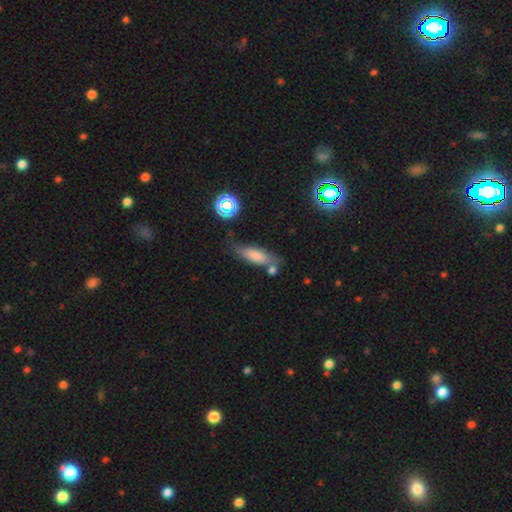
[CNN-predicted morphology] Smooth or featured: smooth — 74% (featured or disk — 16%)
How rounded: in between — 51% (cigar-shaped — 45%)
Merging: none — 59% (minor disturbance — 21%)